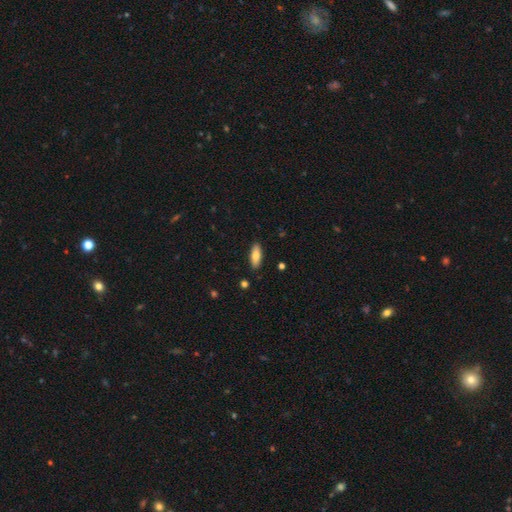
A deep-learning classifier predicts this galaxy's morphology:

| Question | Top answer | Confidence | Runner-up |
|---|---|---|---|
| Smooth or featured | smooth | 82% | featured or disk (12%) |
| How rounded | in between | 69% | cigar-shaped (29%) |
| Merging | none | 88% | minor disturbance (9%) |